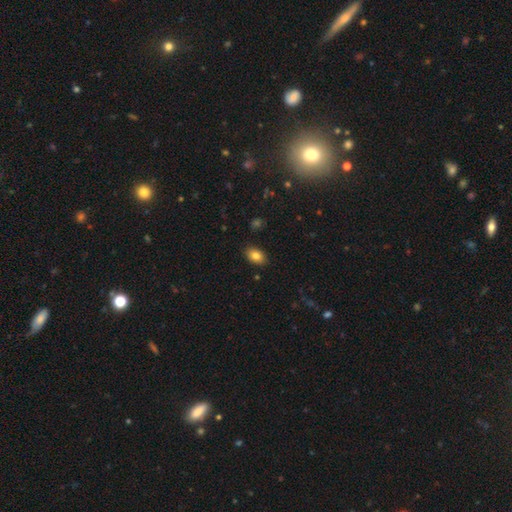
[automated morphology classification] smooth_or_featured: smooth (p=0.83) [alt: star or artifact p=0.09]
how_rounded: in between (p=0.85) [alt: round p=0.13]
merging: none (p=0.87) [alt: minor disturbance p=0.10]